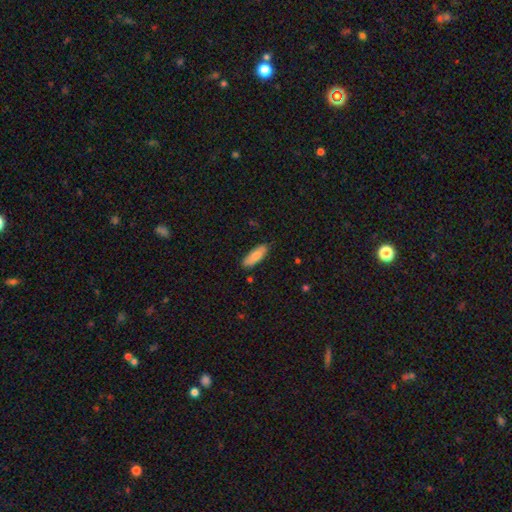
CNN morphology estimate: smooth_or_featured: smooth (p=0.82) [alt: featured or disk p=0.13]
how_rounded: in between (p=0.64) [alt: cigar-shaped p=0.35]
merging: none (p=0.82) [alt: minor disturbance p=0.15]